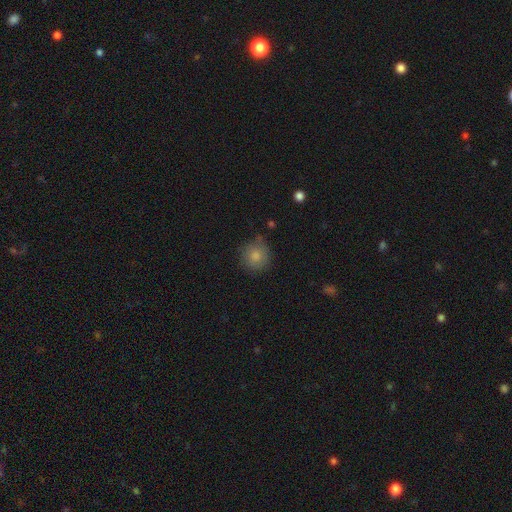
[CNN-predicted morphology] Overall: smooth (83%). How rounded: round (92%). Merging: none (76%).